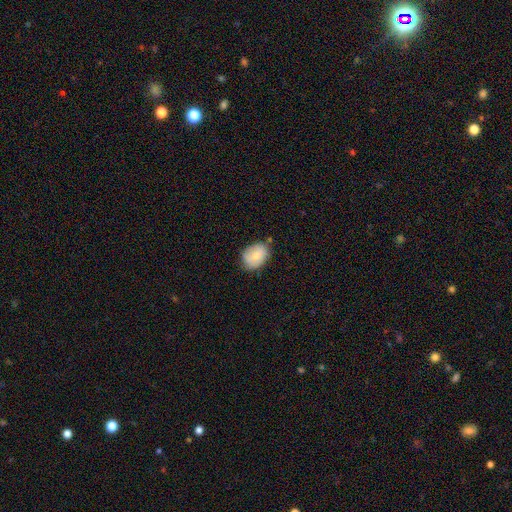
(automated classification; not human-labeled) Smooth or featured?
  - smooth: 79% *
  - featured or disk: 14%
  - star or artifact: 7%
How rounded?
  - in between: 75% *
  - round: 24%
  - cigar-shaped: 1%
Merging?
  - none: 69% *
  - minor disturbance: 23%
  - major disturbance: 4%
  - merger: 3%